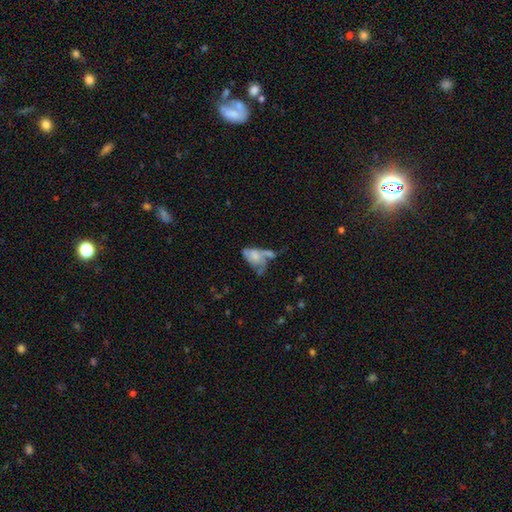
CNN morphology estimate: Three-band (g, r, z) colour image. It shows a smooth galaxy with no disk features (46%). Merging: merger (35%).